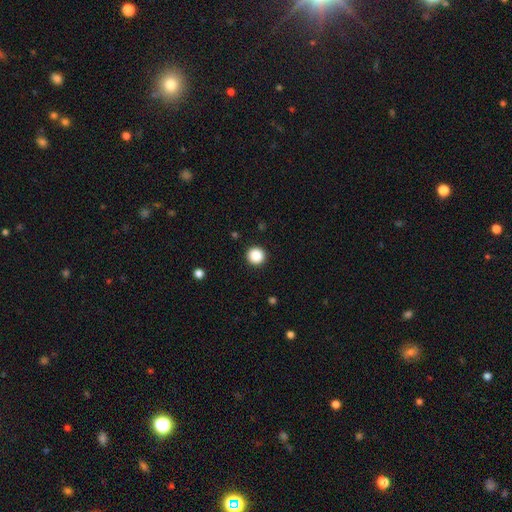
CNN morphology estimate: Smooth or featured?
  - smooth: 88% *
  - star or artifact: 10%
  - featured or disk: 3%
How rounded?
  - round: 96% *
  - in between: 3%
  - cigar-shaped: 1%
Merging?
  - none: 93% *
  - minor disturbance: 4%
  - major disturbance: 2%
  - merger: 1%